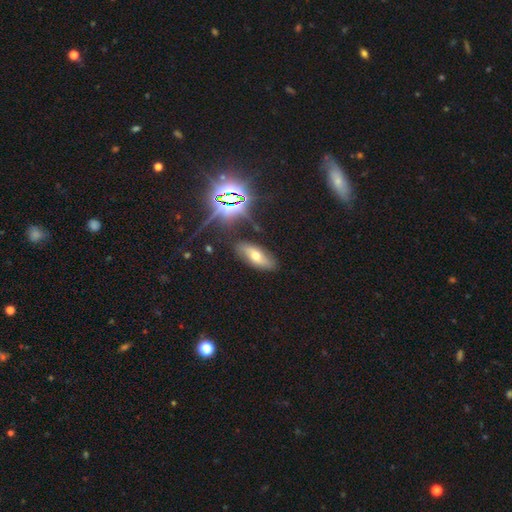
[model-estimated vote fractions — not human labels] smooth-or-featured: smooth: 46% | featured or disk: 27% | star or artifact: 26%
  merging: none: 82% | minor disturbance: 12% | major disturbance: 4% | merger: 2%